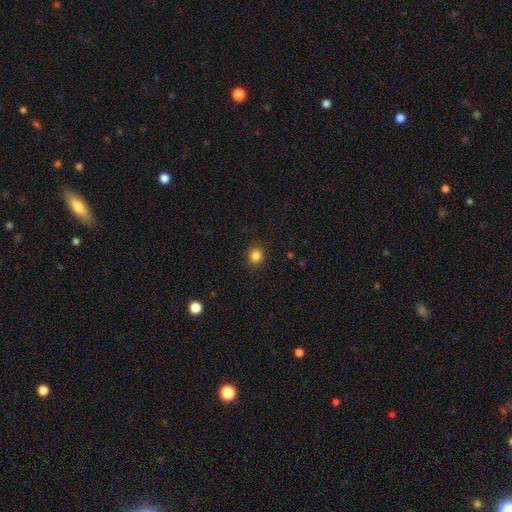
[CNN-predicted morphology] A smooth galaxy with no disk features (84%) that is round (86%).

Vote fractions:
- Smooth or featured? smooth: 84% / star or artifact: 12% / featured or disk: 4%
- How rounded? round: 86% / in between: 13% / cigar-shaped: 1%
- Merging? none: 90% / minor disturbance: 7% / major disturbance: 2% / merger: 1%